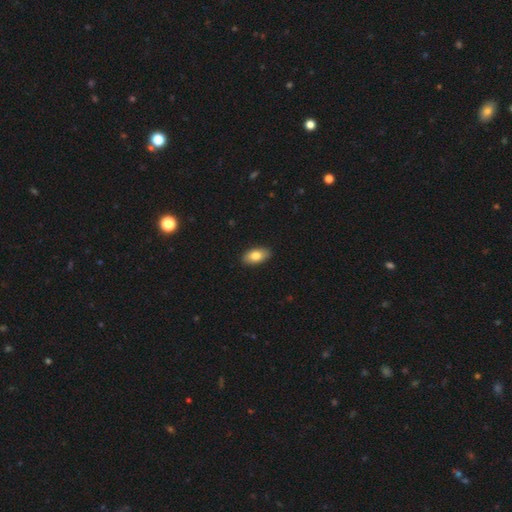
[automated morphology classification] smooth 81%, featured or disk 12%, star or artifact 7%. Down the decision tree: how rounded — in between (93%); merging — none (90%).